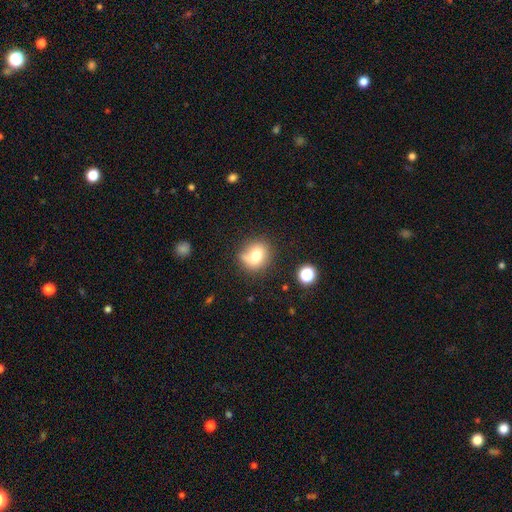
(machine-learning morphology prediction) Smooth or featured? smooth (73%)
How rounded? round (75%)
Merging? none (62%)